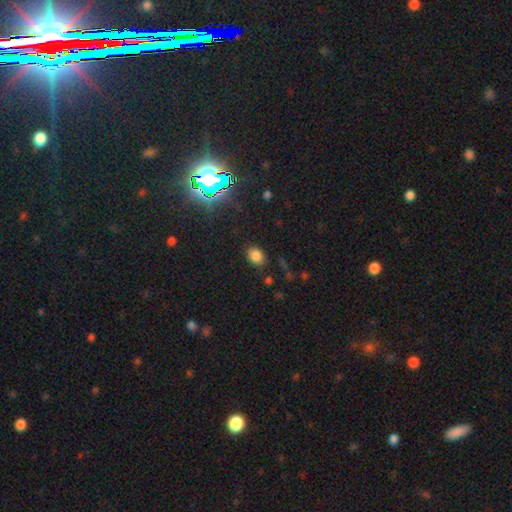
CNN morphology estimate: This appears to be a smooth galaxy with no disk features (79%) that is in between round and cigar-shaped (74%). Merging: none (84%).